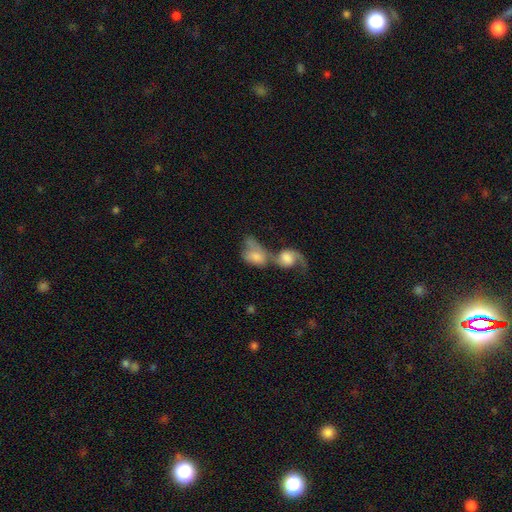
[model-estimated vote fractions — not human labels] A smooth galaxy with no disk features (58%) that is in between round and cigar-shaped (74%). Merging: merger (74%).